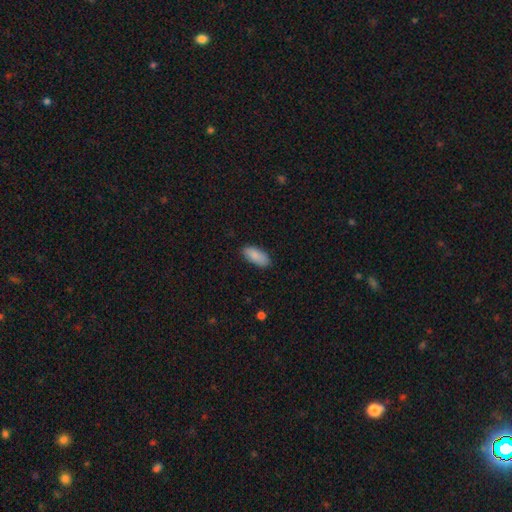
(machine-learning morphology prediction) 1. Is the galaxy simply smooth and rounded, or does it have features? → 88% smooth, 6% featured or disk, 6% star or artifact.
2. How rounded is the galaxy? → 87% in between, 11% cigar-shaped, 2% round.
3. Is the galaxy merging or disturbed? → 84% none, 12% minor disturbance, 2% major disturbance, 1% merger.